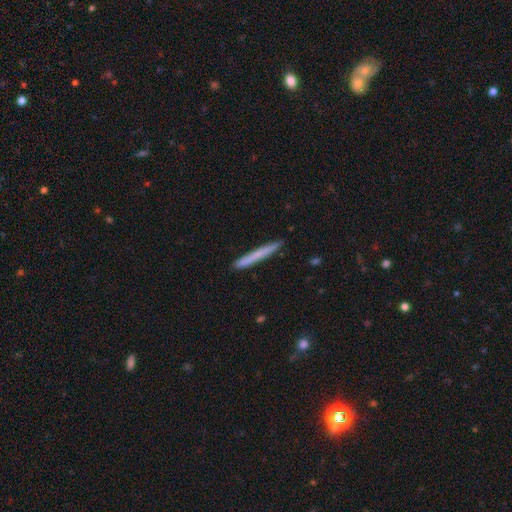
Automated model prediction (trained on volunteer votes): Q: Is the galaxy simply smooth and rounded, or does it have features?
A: smooth — 69%.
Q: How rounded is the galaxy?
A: cigar-shaped — 97%.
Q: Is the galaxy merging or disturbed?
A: none — 91%.